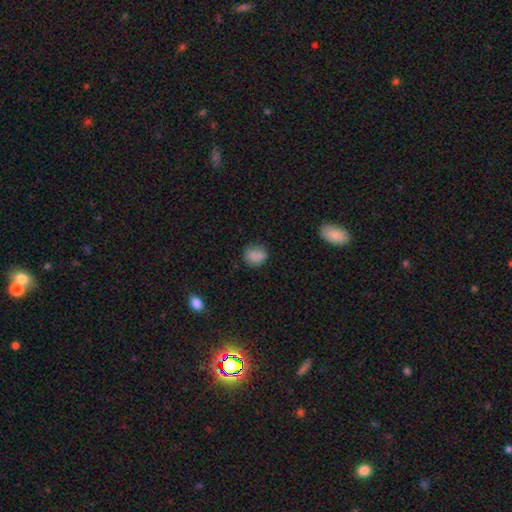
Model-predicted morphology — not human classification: This appears to be a smooth galaxy with no disk features (84%) that is round (57%). Merging: none (74%).